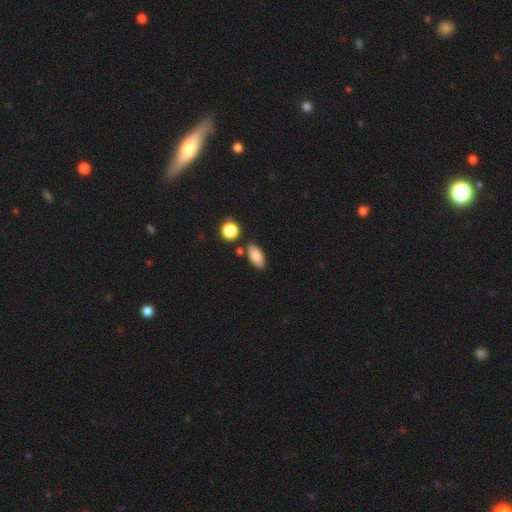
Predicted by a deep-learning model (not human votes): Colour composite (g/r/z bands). It shows a smooth galaxy with no disk features (83%) that is in between round and cigar-shaped (89%). Merging: none (77%).